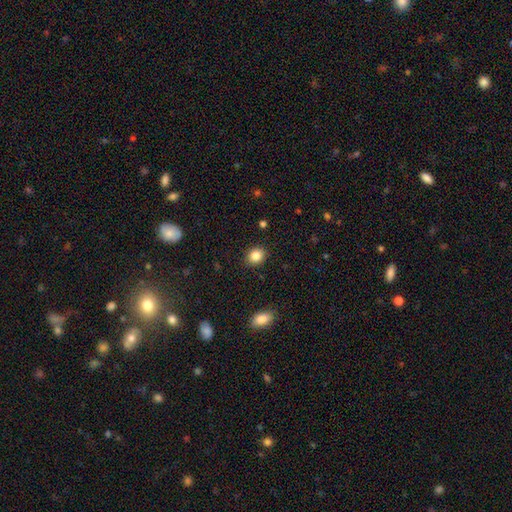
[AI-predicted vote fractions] Smooth or featured? smooth (85%)
How rounded? round (63%)
Merging? none (89%)